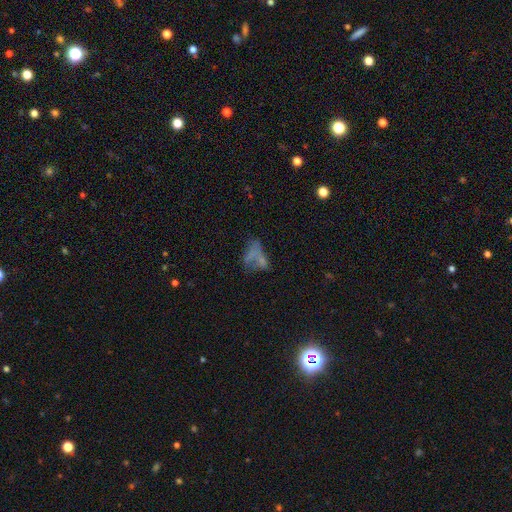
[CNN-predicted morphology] This is possibly a smooth galaxy (45%). Merging: marginally none (29%).